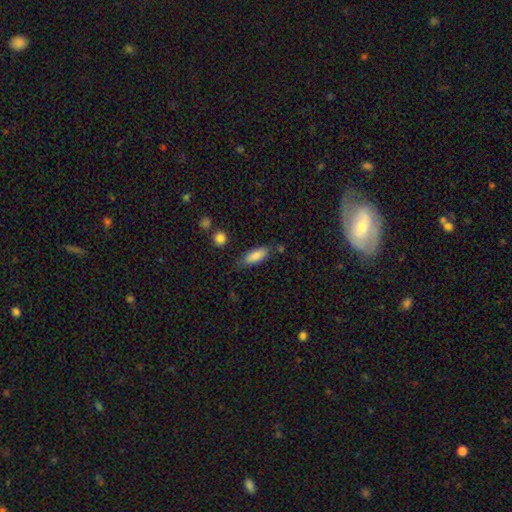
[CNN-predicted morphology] This is clearly a smooth galaxy (84%). How rounded: likely in between (68%). Merging: likely none (71%).